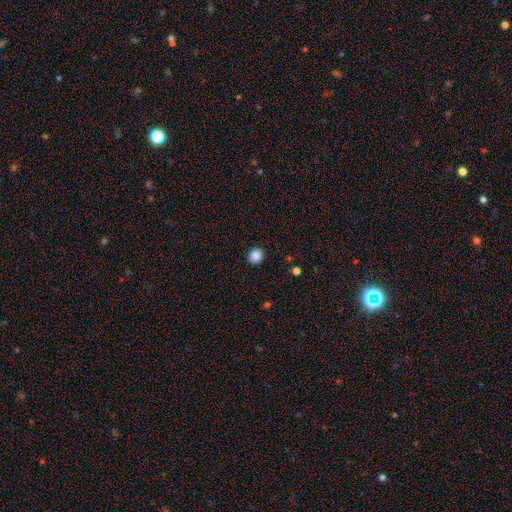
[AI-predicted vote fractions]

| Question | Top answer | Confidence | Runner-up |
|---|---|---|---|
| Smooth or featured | smooth | 87% | star or artifact (10%) |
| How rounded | round | 93% | in between (6%) |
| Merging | none | 92% | minor disturbance (5%) |